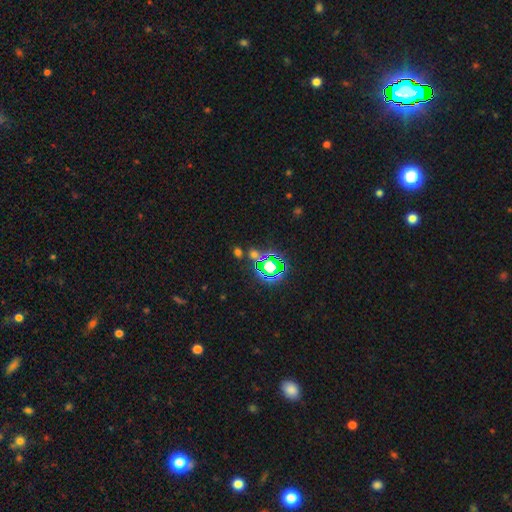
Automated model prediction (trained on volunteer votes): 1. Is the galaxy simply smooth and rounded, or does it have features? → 73% star or artifact, 18% smooth, 9% featured or disk.